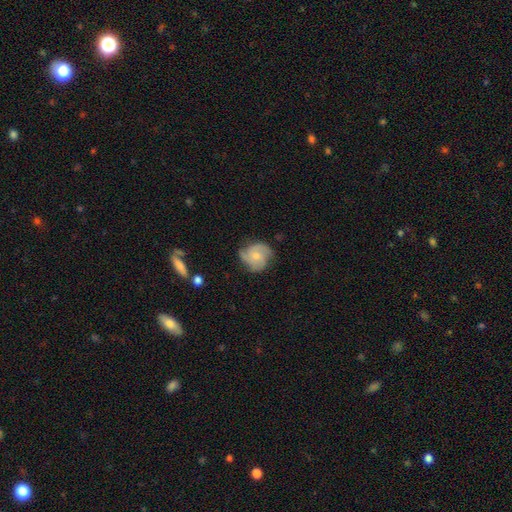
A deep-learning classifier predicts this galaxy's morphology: The model was most divided on "spiral winding": medium: 46%, tight: 38%, loose: 16%. More confident: edge-on disk — no (98%); spiral arms — yes (93%); bar — no (79%); merging — none (68%); smooth or featured — featured or disk (67%); bulge size — small (58%); spiral arm count — 3 (55%).